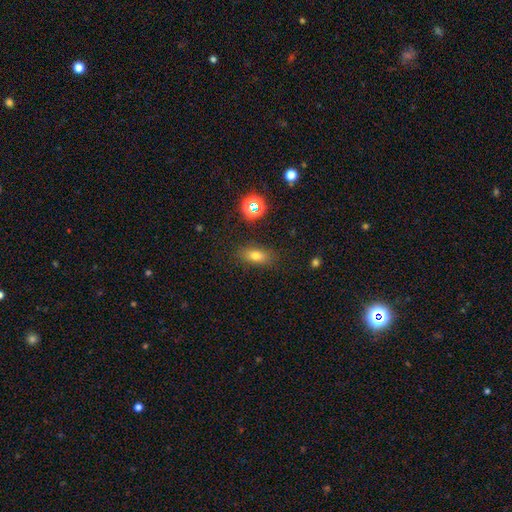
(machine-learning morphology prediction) Smooth or featured? Predicted: smooth (p=0.72). How rounded? Predicted: in between (p=0.75). Merging? Predicted: none (p=0.84).